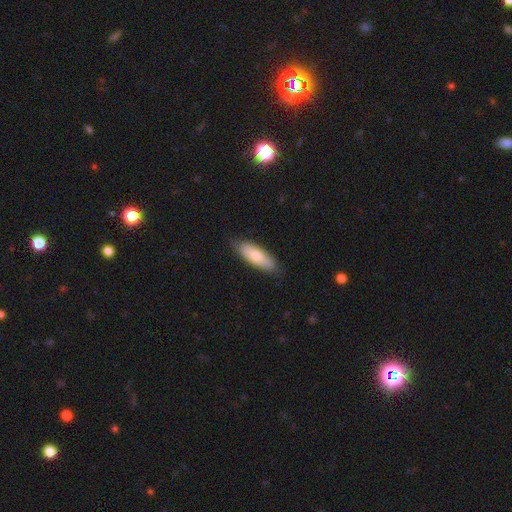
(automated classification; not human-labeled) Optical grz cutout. It shows a smooth galaxy with no disk features (77%) that is in between round and cigar-shaped (66%). Merging: none (81%).